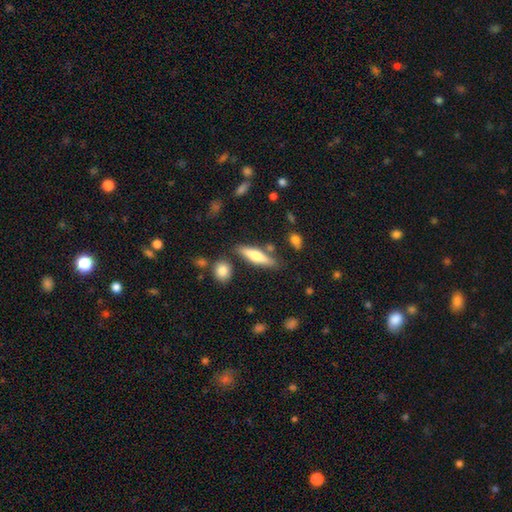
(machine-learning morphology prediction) type=smooth (53%); roundness=cigar-shaped (75%); merging=none (78%).